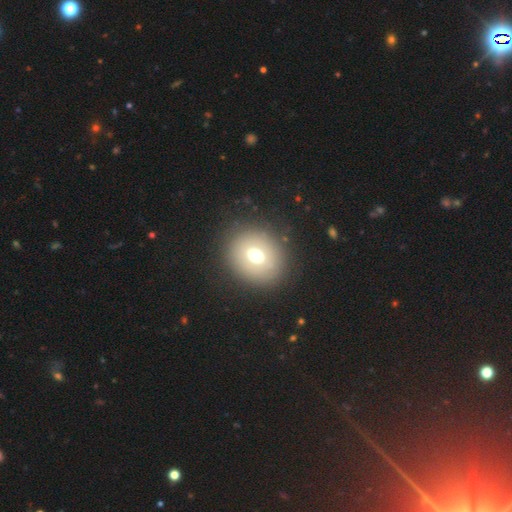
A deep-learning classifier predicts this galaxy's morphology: type=smooth (61%); roundness=round (68%); merging=none (83%).